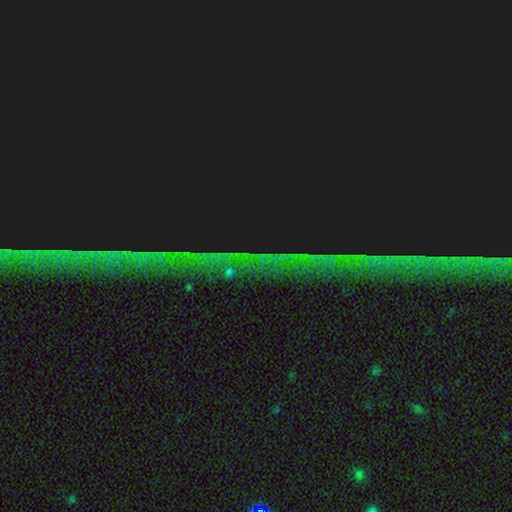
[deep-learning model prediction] Overall: star or artifact (84%).